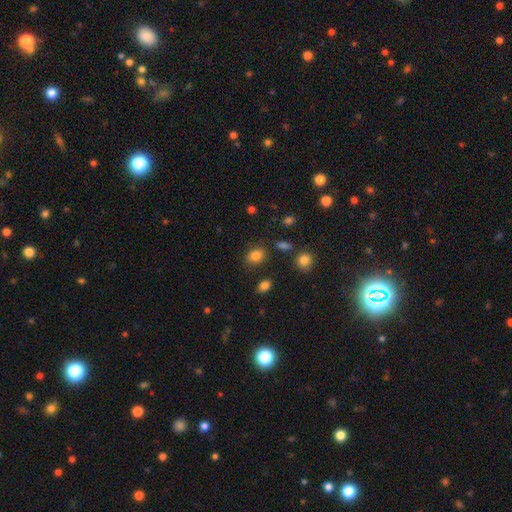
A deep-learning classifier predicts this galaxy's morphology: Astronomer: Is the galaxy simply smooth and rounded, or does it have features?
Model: smooth — 82%.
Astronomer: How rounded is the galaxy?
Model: in between — 54% (runner-up: round, 45%).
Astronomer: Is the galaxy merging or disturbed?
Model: none — 81%.